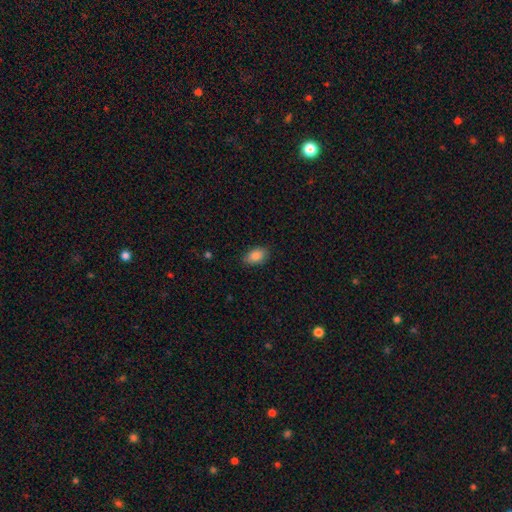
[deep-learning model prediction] Smooth or featured? Predicted: smooth (p=0.88). How rounded? Predicted: in between (p=0.90). Merging? Predicted: none (p=0.85).